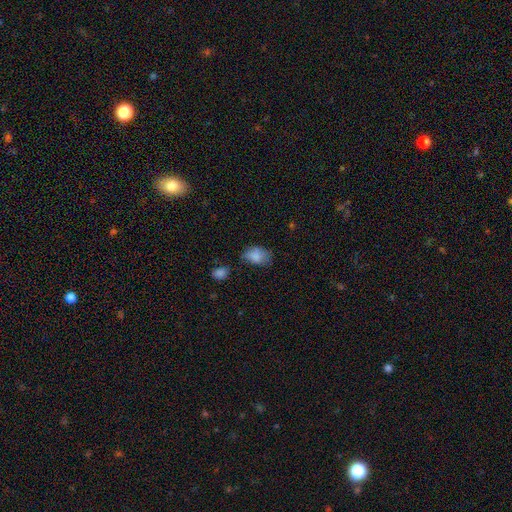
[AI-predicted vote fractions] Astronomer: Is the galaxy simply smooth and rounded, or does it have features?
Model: smooth — 79%.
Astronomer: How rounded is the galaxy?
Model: in between — 82%.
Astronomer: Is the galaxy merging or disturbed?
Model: none — 46% (runner-up: minor disturbance, 34%).